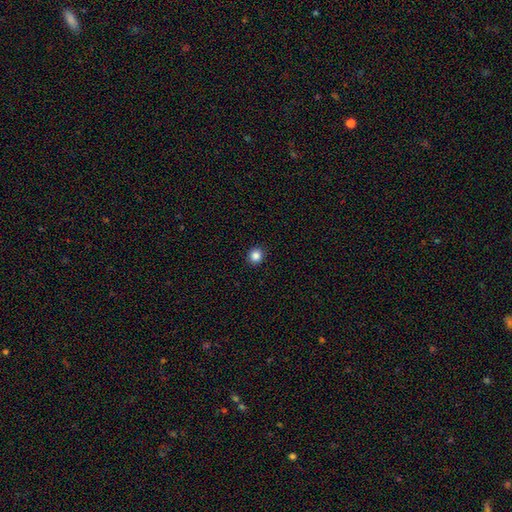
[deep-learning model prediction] A smooth galaxy with no disk features (85%) that is round (90%). Merging: none (93%).